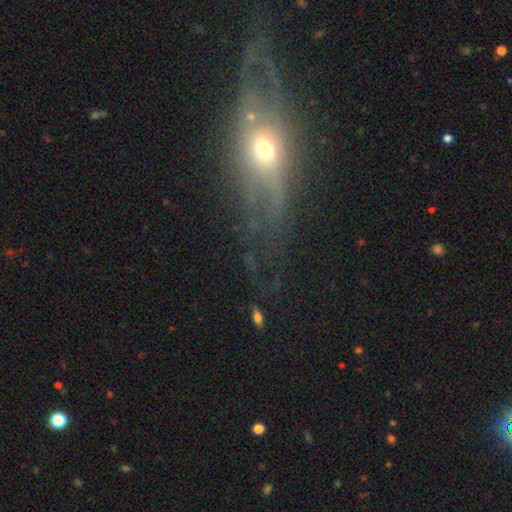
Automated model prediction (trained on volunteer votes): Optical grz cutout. It shows a featured or disk galaxy (49%). Merging: none (56%).